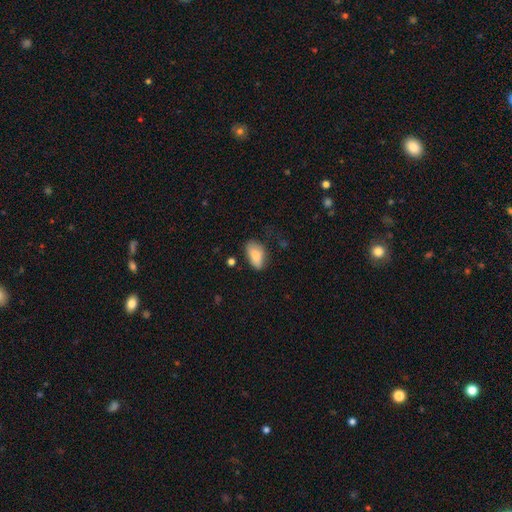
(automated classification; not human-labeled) Morphology: type=smooth (82%); roundness=in between (92%); merging=none (62%).